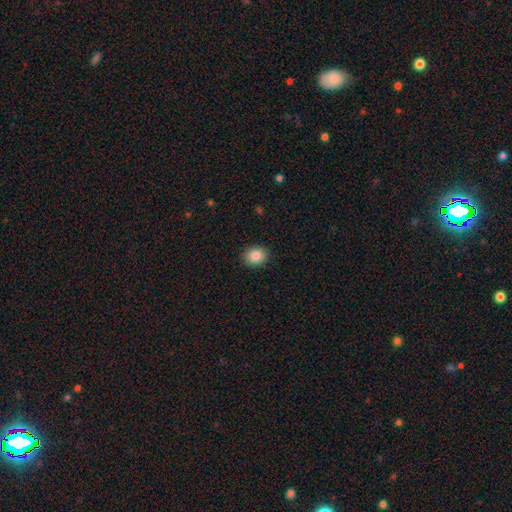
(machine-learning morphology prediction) smooth-or-featured: smooth: 86% | star or artifact: 9% | featured or disk: 6%
  how-rounded: round: 53% | in between: 46% | cigar-shaped: 1%
  merging: none: 90% | minor disturbance: 7% | major disturbance: 2% | merger: 1%